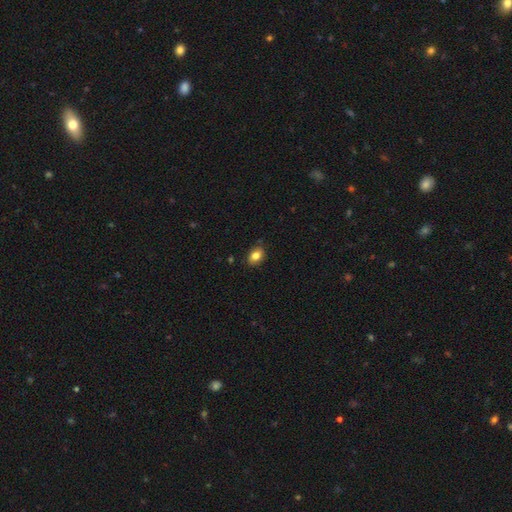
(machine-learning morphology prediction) type=smooth (83%); roundness=in between (76%); merging=none (84%).